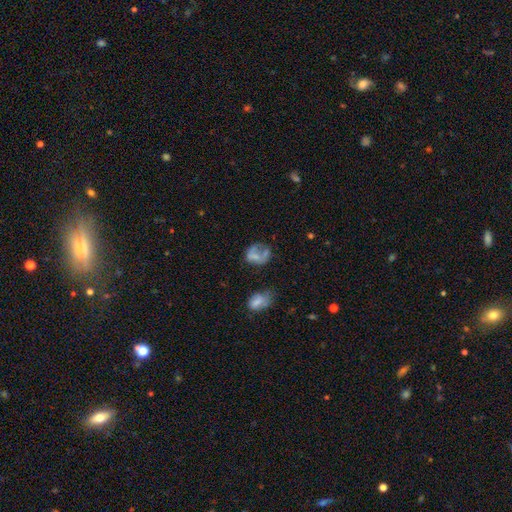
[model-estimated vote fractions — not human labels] Morphology: type=smooth (54%); roundness=round (53%); merging=none (34%).